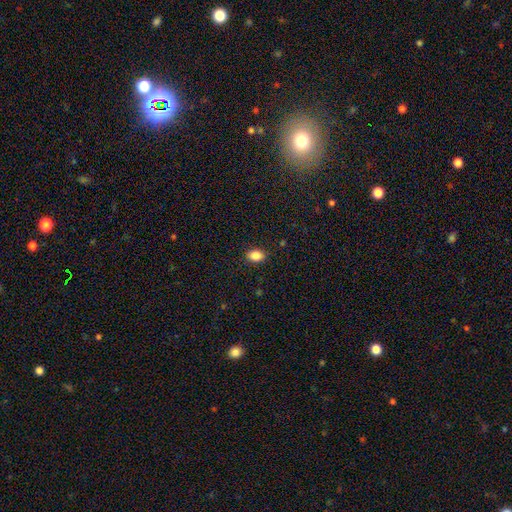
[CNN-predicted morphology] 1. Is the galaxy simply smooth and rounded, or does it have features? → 86% smooth, 9% star or artifact, 4% featured or disk.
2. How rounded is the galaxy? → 72% in between, 26% round, 1% cigar-shaped.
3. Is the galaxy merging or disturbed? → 89% none, 8% minor disturbance, 2% major disturbance, 1% merger.